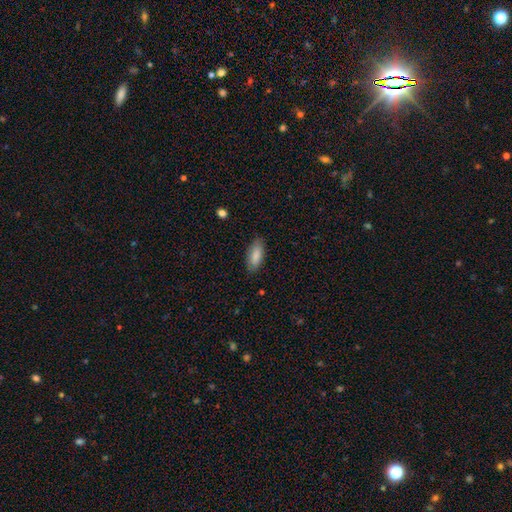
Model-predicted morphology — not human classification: Smooth or featured: smooth — 86% (featured or disk — 9%)
How rounded: in between — 79% (cigar-shaped — 19%)
Merging: none — 84% (minor disturbance — 12%)